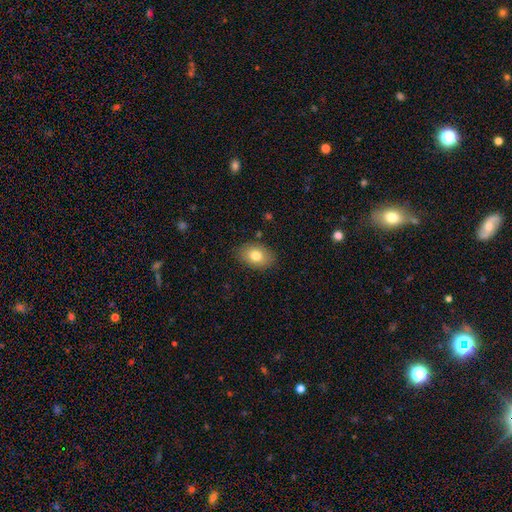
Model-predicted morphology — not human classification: Smooth or featured? Predicted: smooth (p=0.78). How rounded? Predicted: in between (p=0.82). Merging? Predicted: none (p=0.85).